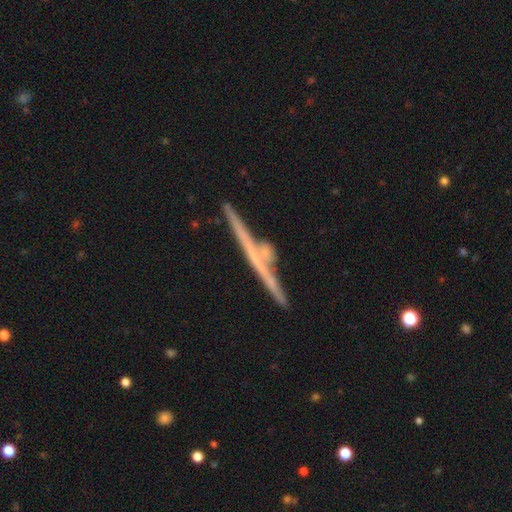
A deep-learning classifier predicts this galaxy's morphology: Smooth or featured: featured or disk — 69% (smooth — 24%)
Edge-on disk: yes — 96% (no — 4%)
Edge-on bulge: none — 77% (rounded — 16%)
Merging: none — 66% (merger — 18%)